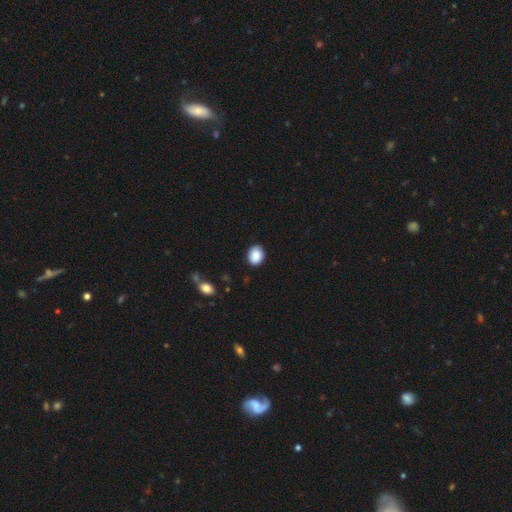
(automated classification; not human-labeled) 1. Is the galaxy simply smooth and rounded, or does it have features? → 89% smooth, 7% star or artifact, 3% featured or disk.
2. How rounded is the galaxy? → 53% in between, 46% round, 1% cigar-shaped.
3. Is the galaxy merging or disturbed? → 87% none, 10% minor disturbance, 2% major disturbance, 1% merger.